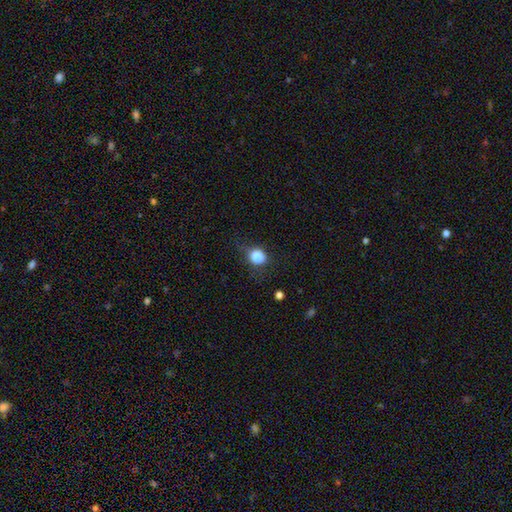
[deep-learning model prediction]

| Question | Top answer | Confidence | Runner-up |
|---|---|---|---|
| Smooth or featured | smooth | 82% | star or artifact (11%) |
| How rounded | round | 72% | in between (27%) |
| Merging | none | 60% | minor disturbance (27%) |